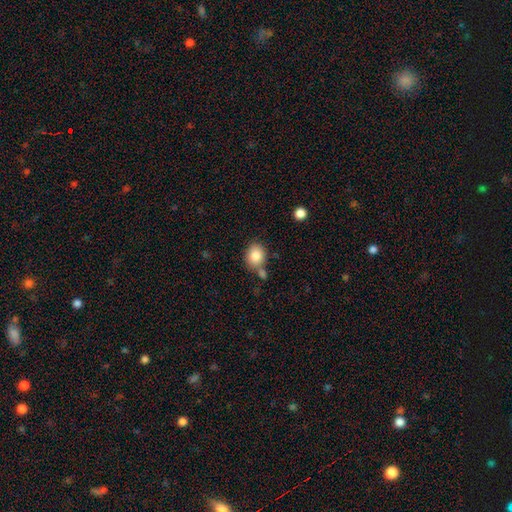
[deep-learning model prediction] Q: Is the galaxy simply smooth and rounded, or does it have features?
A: smooth — 84%.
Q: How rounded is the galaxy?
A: round — 58%.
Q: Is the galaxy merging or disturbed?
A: none — 66%.